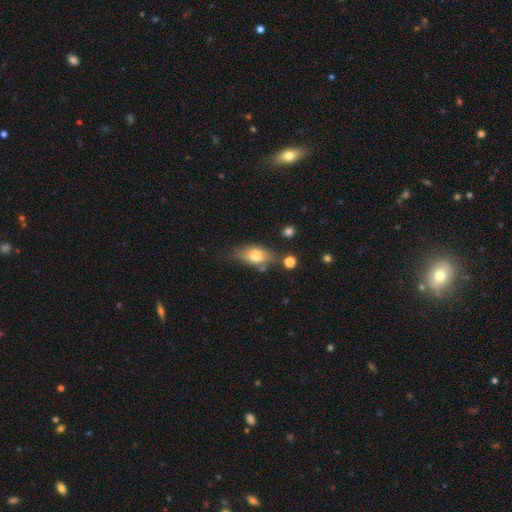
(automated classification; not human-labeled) Smooth or featured?
  - smooth: 69% *
  - featured or disk: 23%
  - star or artifact: 8%
How rounded?
  - in between: 84% *
  - round: 9%
  - cigar-shaped: 7%
Merging?
  - none: 62% *
  - minor disturbance: 23%
  - merger: 8%
  - major disturbance: 7%